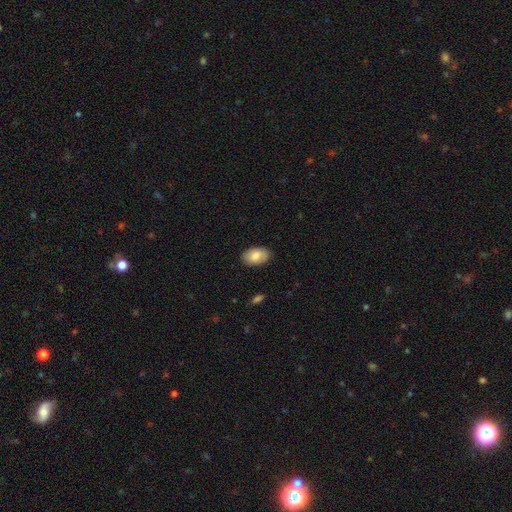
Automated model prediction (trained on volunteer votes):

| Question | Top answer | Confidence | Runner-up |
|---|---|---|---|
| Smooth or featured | smooth | 76% | featured or disk (17%) |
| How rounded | in between | 92% | round (7%) |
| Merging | none | 83% | minor disturbance (13%) |